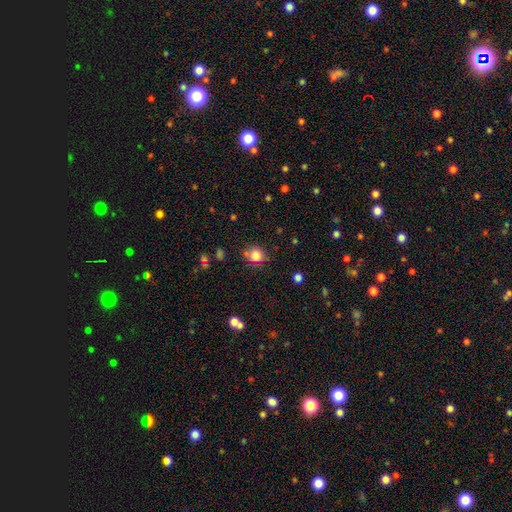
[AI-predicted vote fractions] Smooth or featured?
  - smooth: 80% *
  - star or artifact: 13%
  - featured or disk: 7%
How rounded?
  - round: 87% *
  - in between: 12%
  - cigar-shaped: 1%
Merging?
  - none: 74% *
  - minor disturbance: 14%
  - merger: 8%
  - major disturbance: 4%